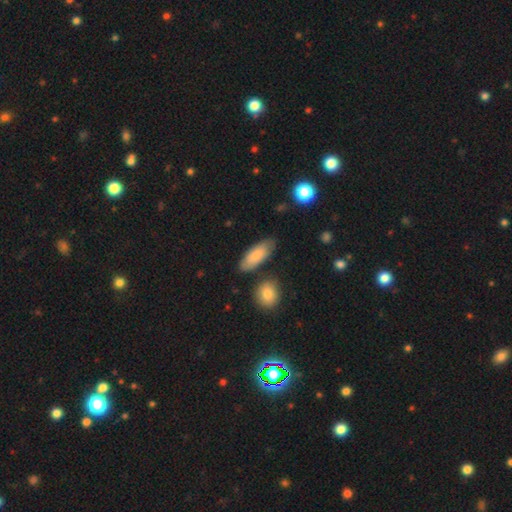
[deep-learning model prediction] The model was most divided on "how rounded": in between: 77%, cigar-shaped: 20%, round: 2%. More confident: smooth or featured — smooth (80%); merging — none (75%).